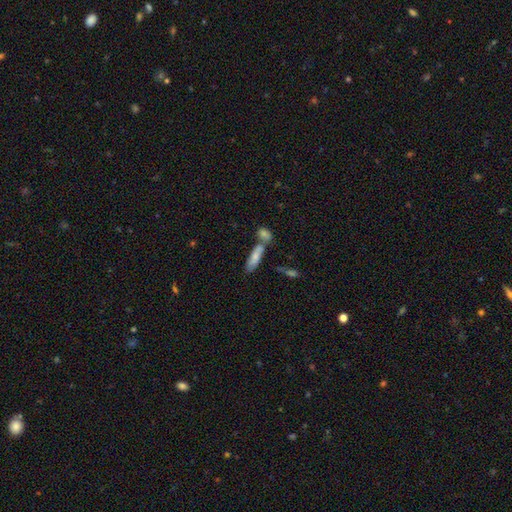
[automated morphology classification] The model was most divided on "merging" (2-way tie): none: 42%, merger: 42%, minor disturbance: 12%, major disturbance: 4%. More confident: smooth or featured — smooth (74%); how rounded — in between (54%).